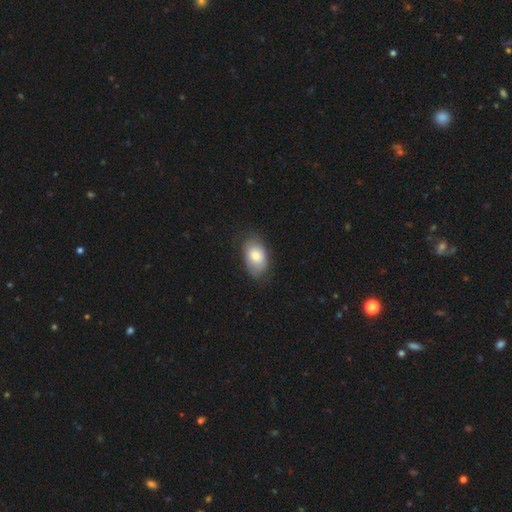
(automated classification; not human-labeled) Q: Smooth or featured?
A: smooth (76%); runner-up: featured or disk (17%)
Q: How rounded?
A: in between (88%); runner-up: round (10%)
Q: Merging?
A: none (71%); runner-up: minor disturbance (22%)